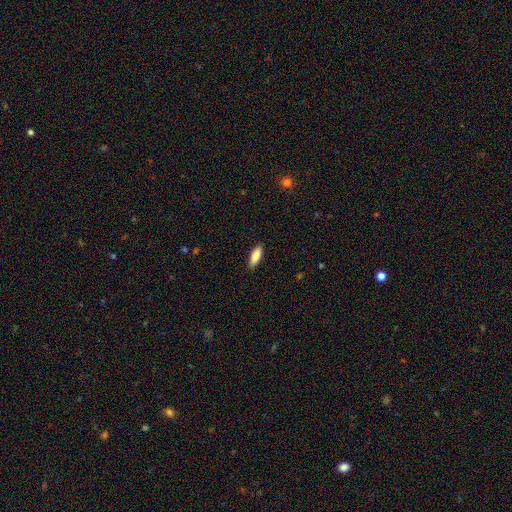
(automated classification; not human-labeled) Smooth or featured? Predicted: smooth (p=0.83). How rounded? Predicted: in between (p=0.60). Merging? Predicted: none (p=0.88).